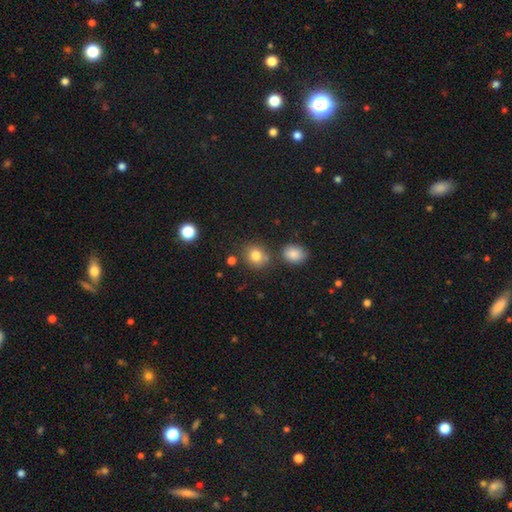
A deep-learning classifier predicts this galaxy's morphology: Overall: smooth (81%). How rounded: round (74%). Merging: none (73%).